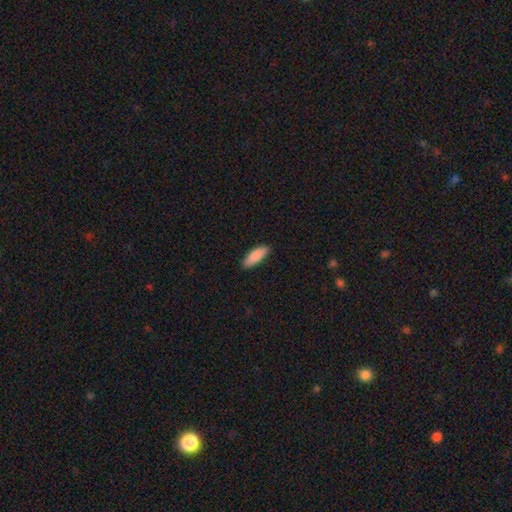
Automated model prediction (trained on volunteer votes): This is clearly a smooth galaxy (88%). How rounded: possibly in between (59%). Merging: clearly none (88%).